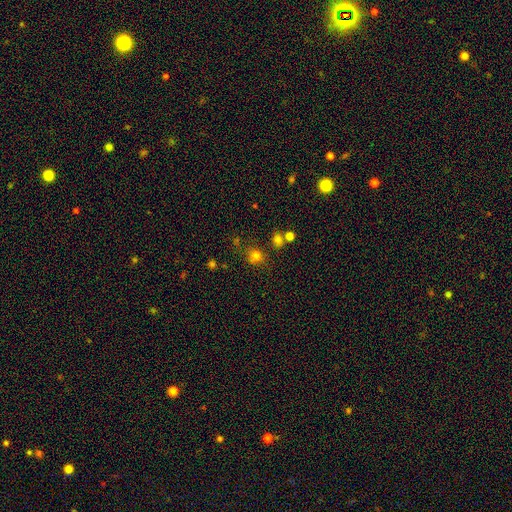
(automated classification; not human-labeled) smooth-or-featured: smooth: 75% | star or artifact: 18% | featured or disk: 7%
  how-rounded: round: 79% | in between: 20% | cigar-shaped: 1%
  merging: none: 68% | minor disturbance: 14% | merger: 13% | major disturbance: 6%